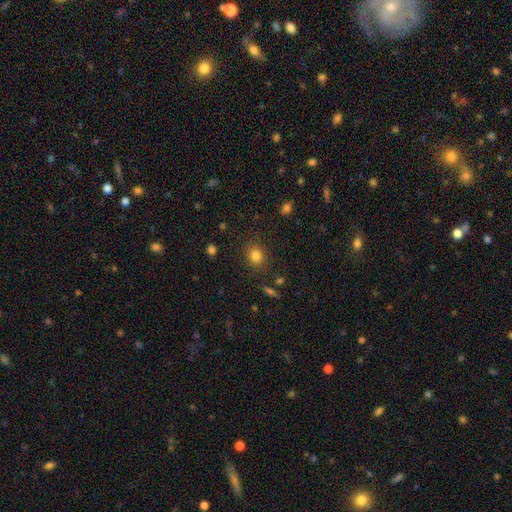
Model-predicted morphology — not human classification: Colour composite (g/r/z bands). It shows a smooth galaxy with no disk features (81%) that is round (68%). Merging: none (85%).